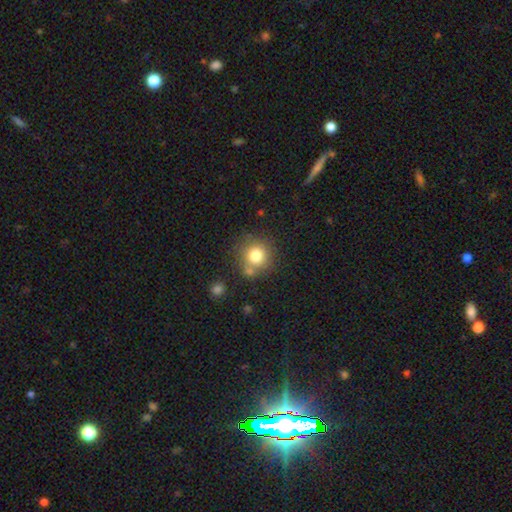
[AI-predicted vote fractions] Morphology: type=smooth (79%); roundness=round (90%); merging=none (69%).